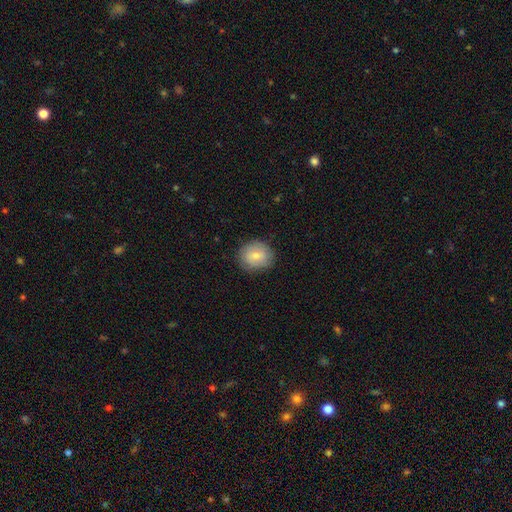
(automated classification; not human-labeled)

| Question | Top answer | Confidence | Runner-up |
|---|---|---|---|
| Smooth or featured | smooth | 74% | featured or disk (19%) |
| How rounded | round | 71% | in between (28%) |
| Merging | none | 84% | minor disturbance (12%) |